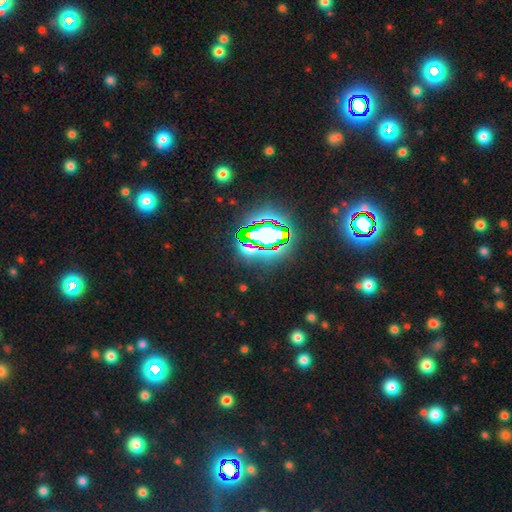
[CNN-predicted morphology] A star or artifact, not a galaxy (80%).

Vote fractions:
- Smooth or featured? star or artifact: 80% / smooth: 11% / featured or disk: 8%